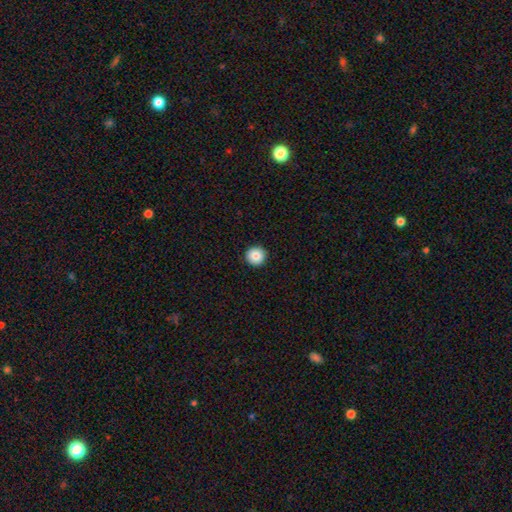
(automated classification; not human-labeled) smooth_or_featured: smooth (p=0.84) [alt: star or artifact p=0.08]
how_rounded: round (p=0.96) [alt: in between p=0.03]
merging: none (p=0.94) [alt: minor disturbance p=0.04]